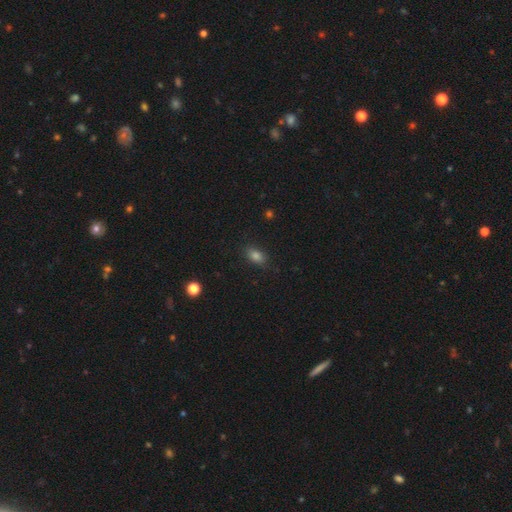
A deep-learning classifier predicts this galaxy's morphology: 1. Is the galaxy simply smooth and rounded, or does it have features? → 82% smooth, 13% star or artifact, 6% featured or disk.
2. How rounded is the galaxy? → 82% in between, 14% round, 4% cigar-shaped.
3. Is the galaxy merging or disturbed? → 84% none, 12% minor disturbance, 3% major disturbance, 1% merger.